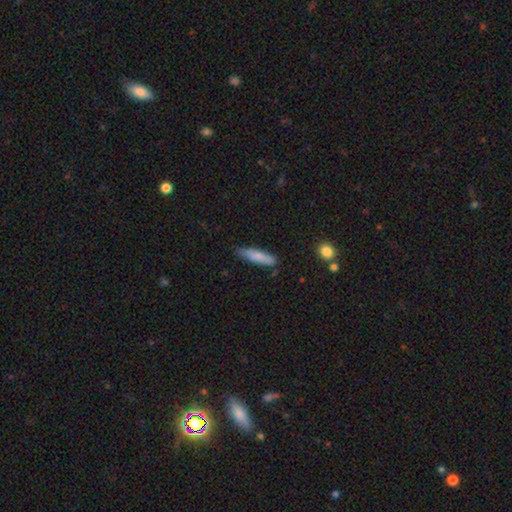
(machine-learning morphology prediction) type=smooth (79%); roundness=cigar-shaped (72%); merging=none (76%).